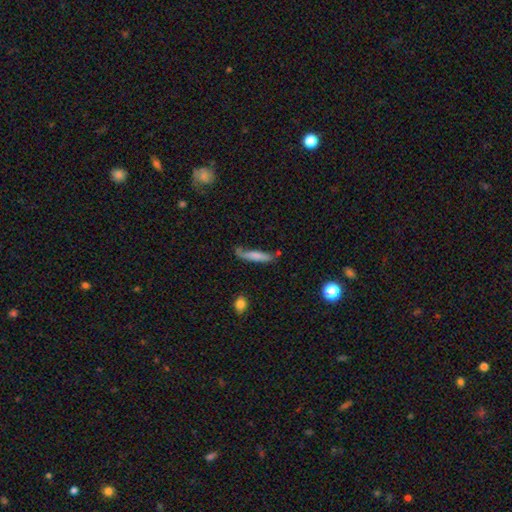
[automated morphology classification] Smooth or featured?
  - smooth: 70% *
  - featured or disk: 24%
  - star or artifact: 7%
How rounded?
  - cigar-shaped: 85% *
  - in between: 14%
  - round: 2%
Merging?
  - none: 58% *
  - minor disturbance: 27%
  - major disturbance: 10%
  - merger: 6%